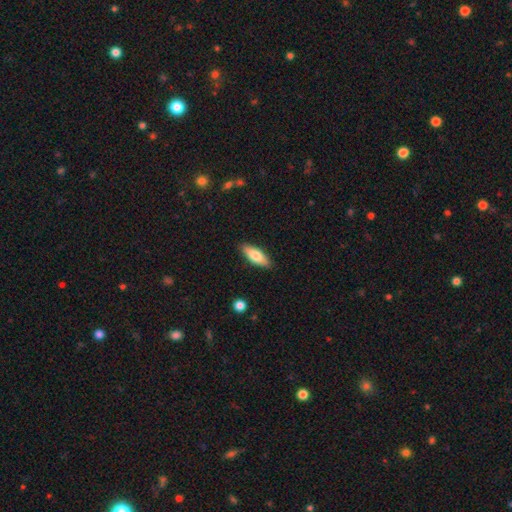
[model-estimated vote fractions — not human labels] smooth_or_featured: smooth (p=0.75) [alt: featured or disk p=0.20]
how_rounded: in between (p=0.67) [alt: cigar-shaped p=0.31]
merging: none (p=0.88) [alt: minor disturbance p=0.09]